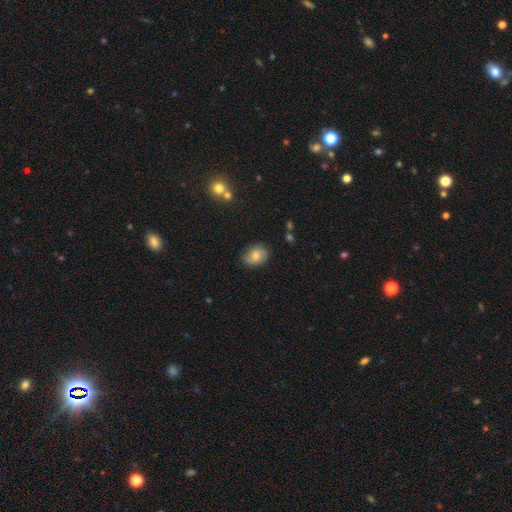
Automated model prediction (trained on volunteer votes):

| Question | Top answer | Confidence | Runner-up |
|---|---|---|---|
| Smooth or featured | smooth | 75% | featured or disk (17%) |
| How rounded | in between | 65% | round (34%) |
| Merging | none | 78% | minor disturbance (17%) |